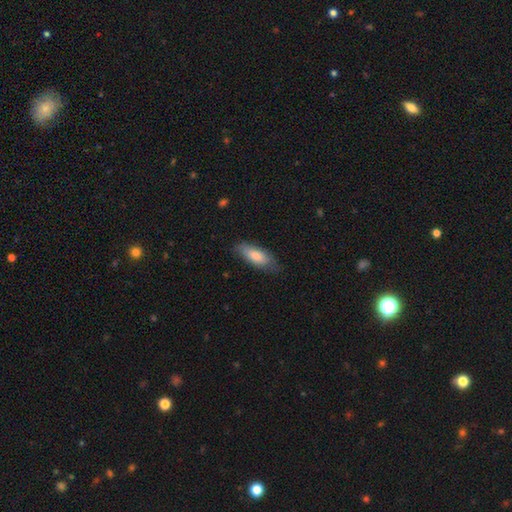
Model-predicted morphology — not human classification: Smooth or featured?
  - smooth: 77% *
  - featured or disk: 18%
  - star or artifact: 6%
How rounded?
  - in between: 72% *
  - cigar-shaped: 26%
  - round: 2%
Merging?
  - none: 75% *
  - minor disturbance: 20%
  - major disturbance: 4%
  - merger: 1%